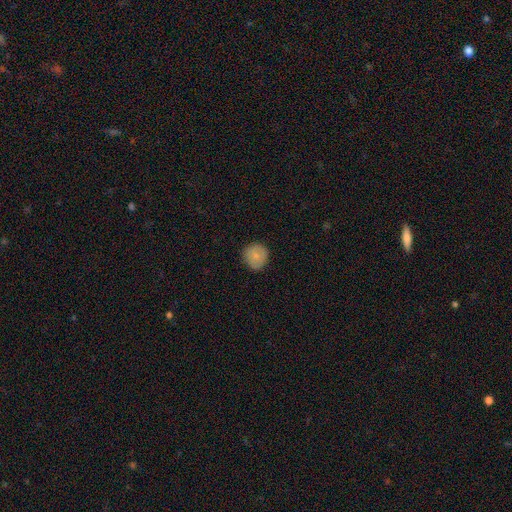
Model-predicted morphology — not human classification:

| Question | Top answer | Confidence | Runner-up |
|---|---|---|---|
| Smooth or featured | smooth | 84% | star or artifact (8%) |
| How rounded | round | 90% | in between (9%) |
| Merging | none | 84% | minor disturbance (12%) |